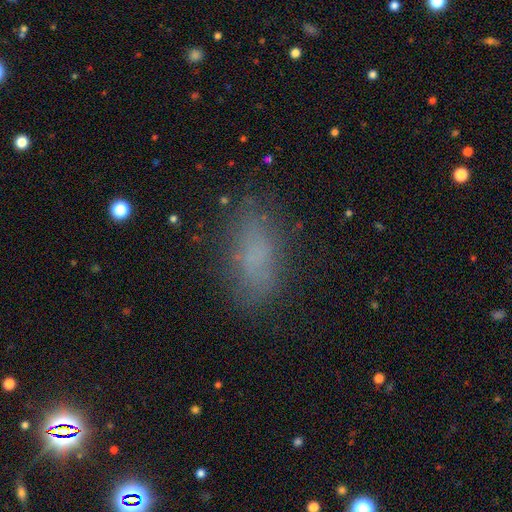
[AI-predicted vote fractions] This appears to be a smooth galaxy with no disk features (75%) that is in between round and cigar-shaped (83%). Merging: none (78%).